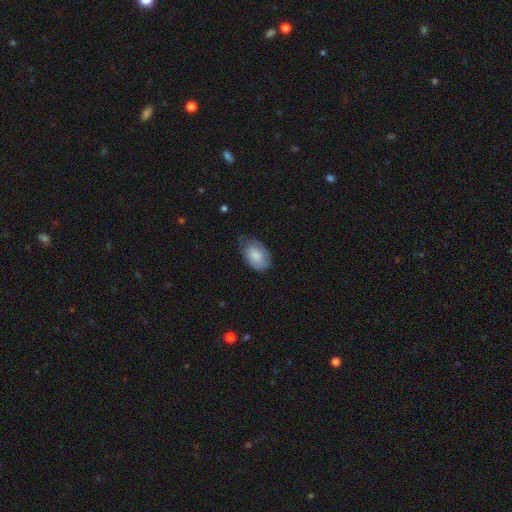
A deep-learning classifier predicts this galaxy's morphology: Smooth or featured? smooth (80%)
How rounded? in between (91%)
Merging? none (55%)